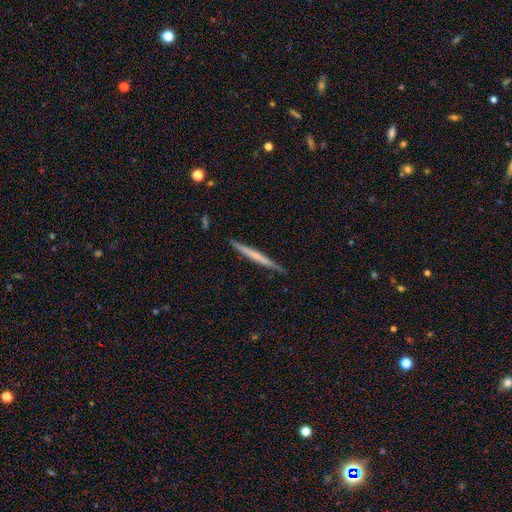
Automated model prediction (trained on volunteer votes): Smooth or featured? featured or disk (49%)
Merging? none (88%)